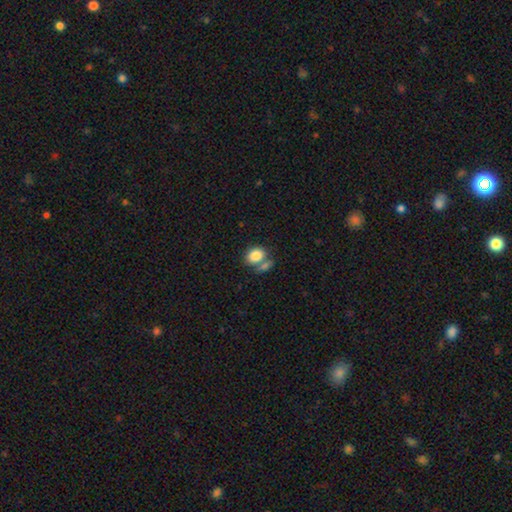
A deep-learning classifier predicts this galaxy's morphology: This appears to be a smooth galaxy with no disk features (84%) that is in between round and cigar-shaped (69%). Merging: none (44%).